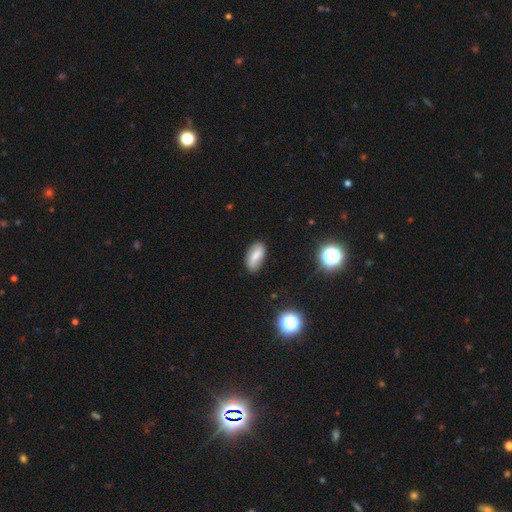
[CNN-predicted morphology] The model was most divided on "smooth or featured": smooth: 67%, featured or disk: 23%, star or artifact: 10%. More confident: how rounded — in between (89%); merging — none (79%).